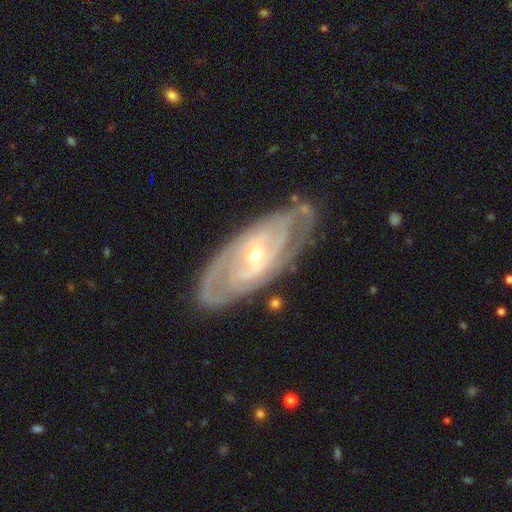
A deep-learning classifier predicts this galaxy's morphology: Smooth or featured?
  - featured or disk: 87% *
  - smooth: 8%
  - star or artifact: 5%
Edge-on disk?
  - no: 91% *
  - yes: 9%
Bar?
  - no: 46% *
  - weak: 36%
  - strong: 17%
Spiral arms?
  - yes: 94% *
  - no: 6%
Spiral winding?
  - tight: 63% *
  - medium: 30%
  - loose: 7%
Spiral arm count?
  - 2: 43% *
  - can't tell: 27%
  - 3: 16%
  - 4: 6%
  - 1: 4%
  - more than 4: 4%
Bulge size?
  - small: 63% *
  - moderate: 34%
  - large: 1%
  - none: 1%
  - dominant: 1%
Merging?
  - none: 78% *
  - minor disturbance: 16%
  - major disturbance: 5%
  - merger: 2%